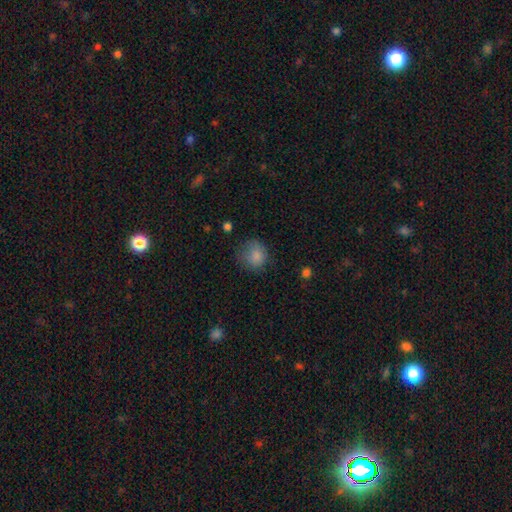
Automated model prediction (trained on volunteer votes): smooth 82%, star or artifact 10%, featured or disk 8%. Down the decision tree: how rounded — round (78%); merging — none (60%).